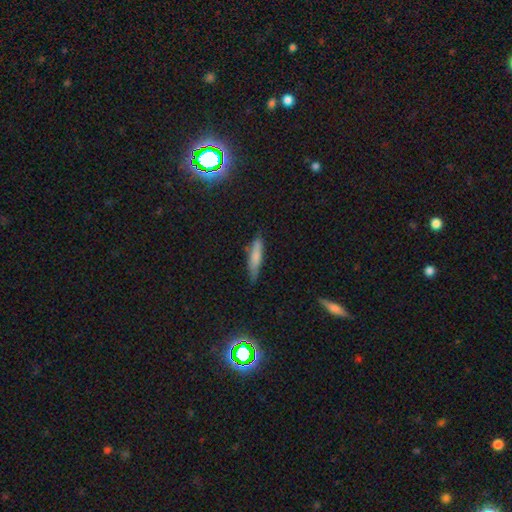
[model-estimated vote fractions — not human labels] smooth_or_featured: smooth (p=0.74) [alt: featured or disk p=0.18]
how_rounded: cigar-shaped (p=0.79) [alt: in between p=0.19]
merging: none (p=0.70) [alt: minor disturbance p=0.24]